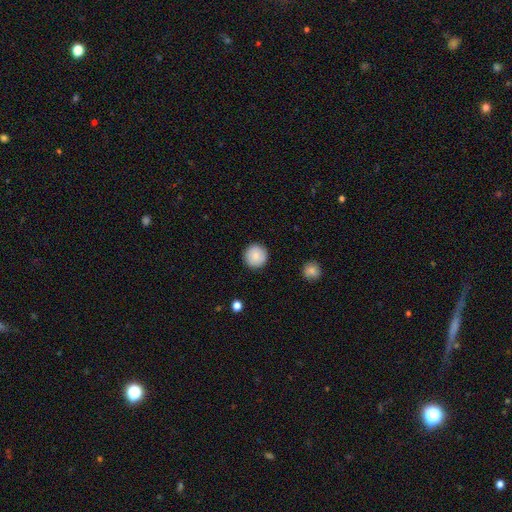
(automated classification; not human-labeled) Q: Smooth or featured?
A: smooth (82%); runner-up: featured or disk (11%)
Q: How rounded?
A: round (96%); runner-up: in between (3%)
Q: Merging?
A: none (91%); runner-up: minor disturbance (6%)